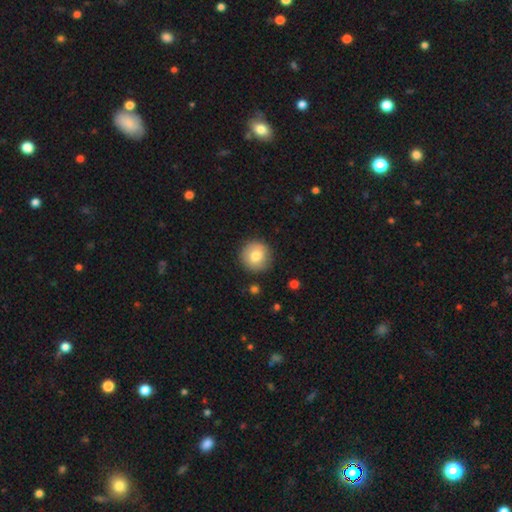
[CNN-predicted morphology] smooth-or-featured: smooth: 79% | featured or disk: 13% | star or artifact: 8%
  how-rounded: round: 95% | in between: 4% | cigar-shaped: 1%
  merging: none: 89% | minor disturbance: 7% | major disturbance: 2% | merger: 1%